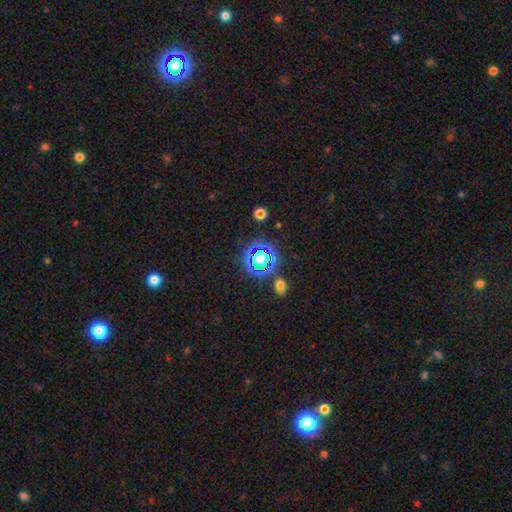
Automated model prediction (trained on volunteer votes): Smooth or featured?
  - star or artifact: 78% *
  - smooth: 15%
  - featured or disk: 7%